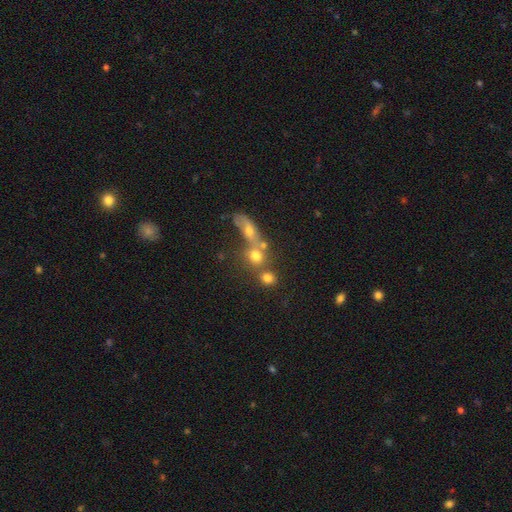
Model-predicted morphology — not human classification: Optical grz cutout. It shows a smooth galaxy with no disk features (69%) that is round (73%). Merging: none (44%).